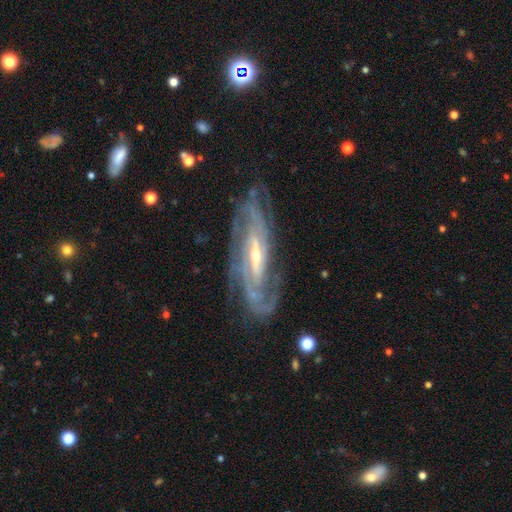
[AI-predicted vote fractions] Smooth or featured: featured or disk — 89% (star or artifact — 6%)
Edge-on disk: no — 86% (yes — 14%)
Bar: strong — 39% (weak — 35%)
Spiral arms: yes — 96% (no — 4%)
Spiral winding: tight — 58% (medium — 34%)
Spiral arm count: 2 — 37% (can't tell — 26%)
Bulge size: small — 64% (moderate — 32%)
Merging: none — 75% (minor disturbance — 16%)